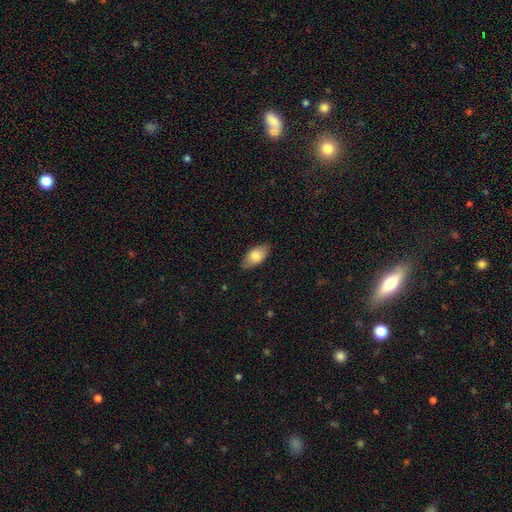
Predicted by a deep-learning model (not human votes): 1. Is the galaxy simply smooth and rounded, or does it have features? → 79% smooth, 15% featured or disk, 6% star or artifact.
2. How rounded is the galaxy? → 93% in between, 4% cigar-shaped, 3% round.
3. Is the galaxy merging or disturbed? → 83% none, 13% minor disturbance, 3% major disturbance, 1% merger.